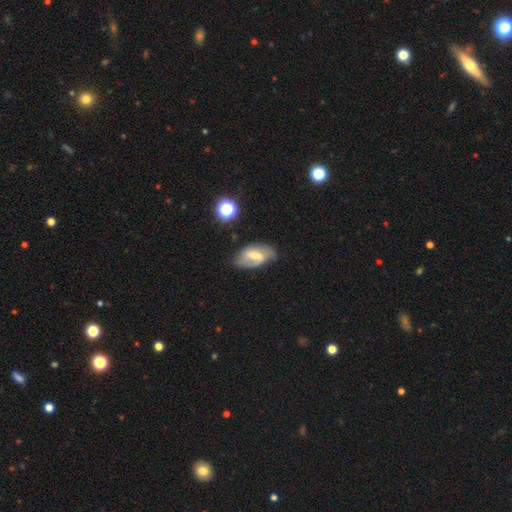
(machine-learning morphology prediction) type=featured or disk (57%); edge-on=no (93%); bar=weak (48%); spiral arms=yes (73%); bulge=moderate (46%); merging=none (64%).